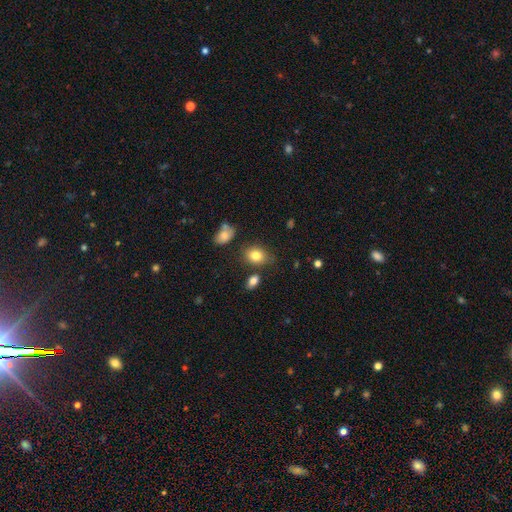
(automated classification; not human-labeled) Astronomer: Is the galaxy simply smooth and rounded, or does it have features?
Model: smooth — 81%.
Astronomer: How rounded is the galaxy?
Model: in between — 65%.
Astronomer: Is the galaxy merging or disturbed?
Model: none — 73%.